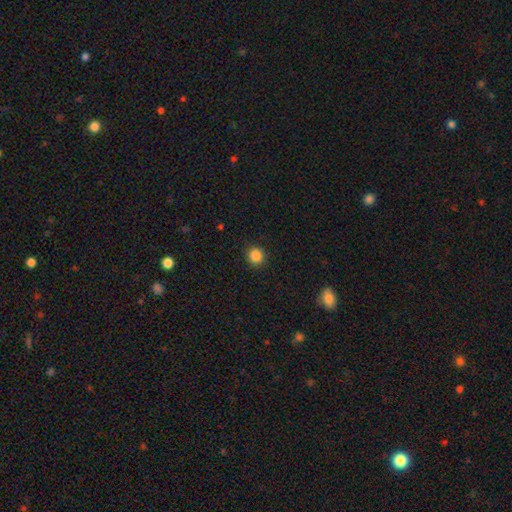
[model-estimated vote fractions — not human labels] This is clearly a smooth galaxy (86%). How rounded: clearly round (91%). Merging: clearly none (91%).